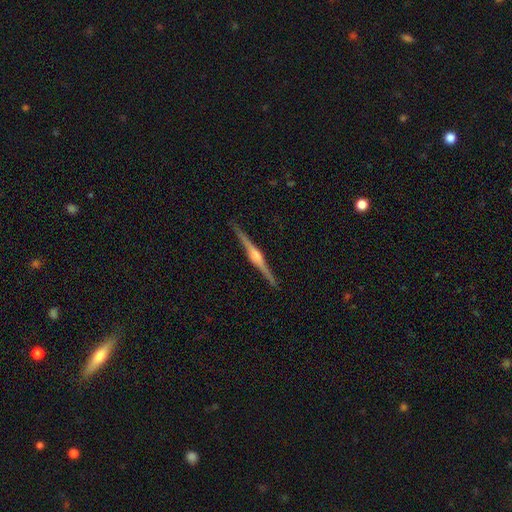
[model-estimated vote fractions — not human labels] Smooth or featured: featured or disk — 84% (smooth — 11%)
Edge-on disk: yes — 99% (no — 1%)
Edge-on bulge: rounded — 82% (boxy — 14%)
Merging: none — 91% (minor disturbance — 6%)